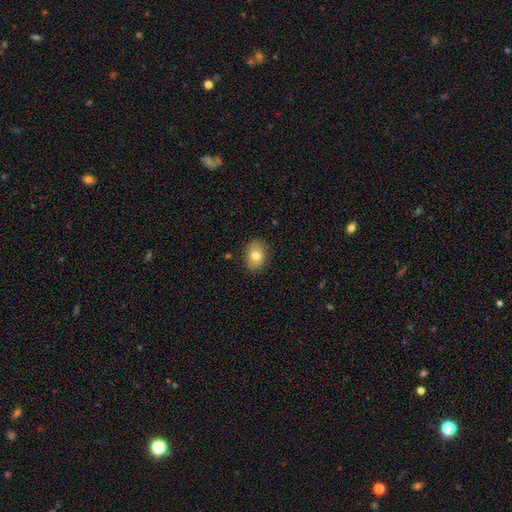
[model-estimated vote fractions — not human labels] smooth_or_featured: smooth (p=0.77) [alt: featured or disk p=0.14]
how_rounded: in between (p=0.71) [alt: round p=0.28]
merging: none (p=0.86) [alt: minor disturbance p=0.11]